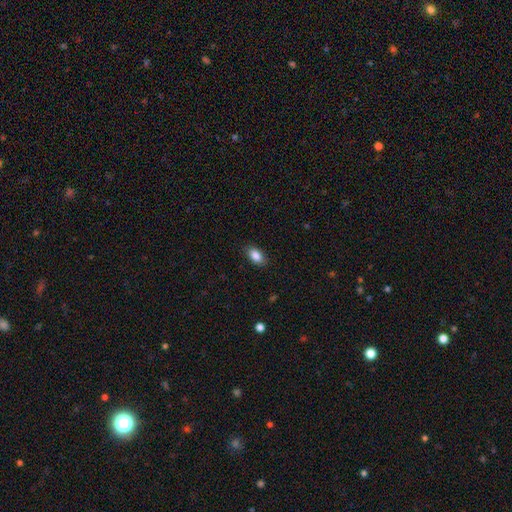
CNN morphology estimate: This is clearly a smooth galaxy (87%). How rounded: clearly in between (91%). Merging: clearly none (87%).